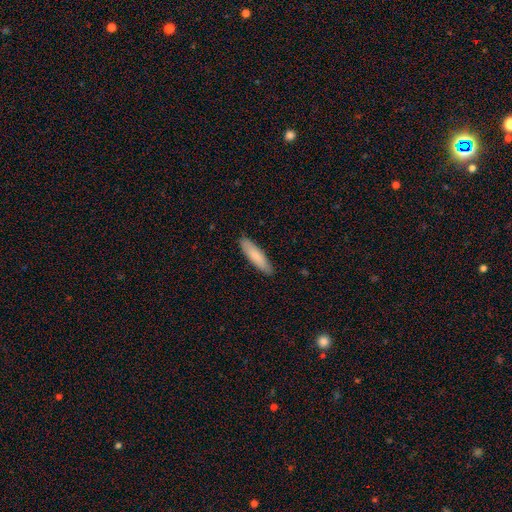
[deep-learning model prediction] Q: Smooth or featured?
A: smooth (84%); runner-up: featured or disk (11%)
Q: How rounded?
A: cigar-shaped (74%); runner-up: in between (25%)
Q: Merging?
A: none (89%); runner-up: minor disturbance (9%)